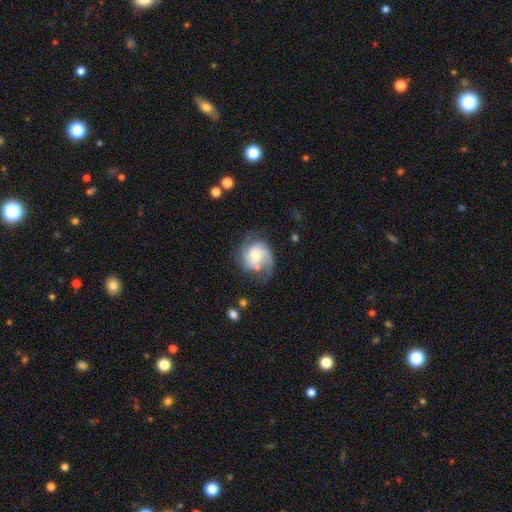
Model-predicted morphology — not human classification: type=featured or disk (62%); edge-on=no (98%); bar=no (67%); spiral arms=yes (89%); winding=medium (43%); arm count=2 (54%); bulge=moderate (34%); merging=none (46%).